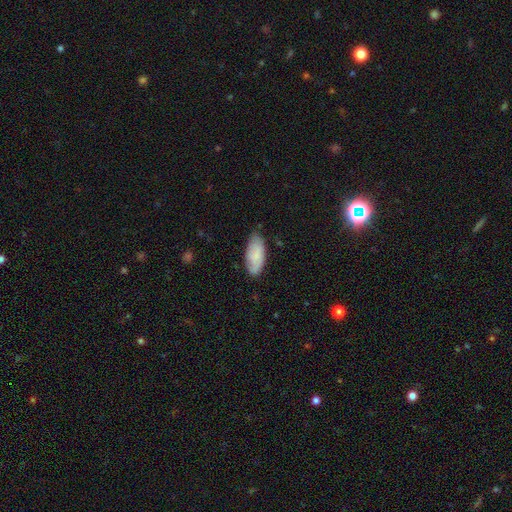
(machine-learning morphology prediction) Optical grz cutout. It shows a smooth galaxy with no disk features (73%) that is in between round and cigar-shaped (90%). Merging: none (71%).